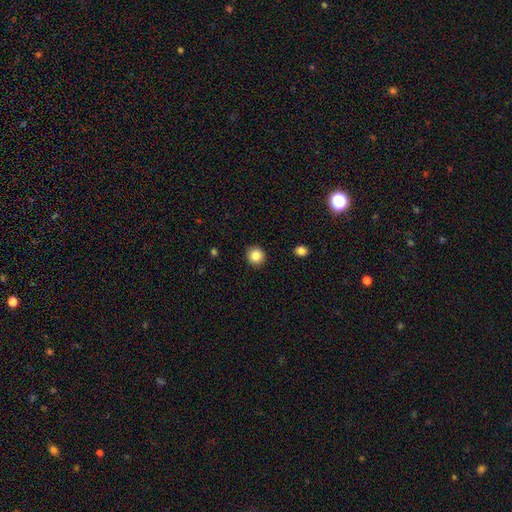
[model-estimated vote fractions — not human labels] Smooth or featured: smooth — 85% (star or artifact — 10%)
How rounded: round — 93% (in between — 6%)
Merging: none — 92% (minor disturbance — 5%)